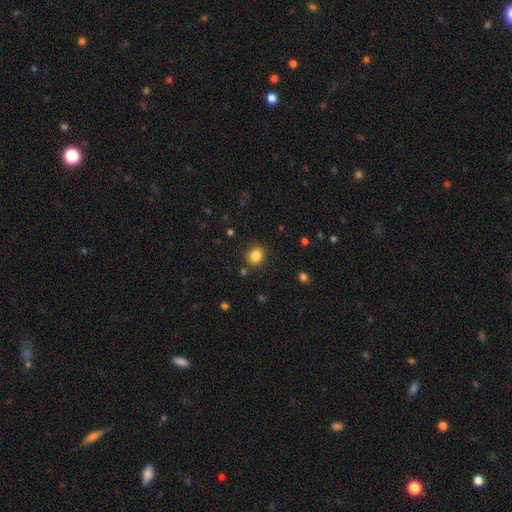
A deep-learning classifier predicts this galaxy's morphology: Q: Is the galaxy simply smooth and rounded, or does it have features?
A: smooth — 85%.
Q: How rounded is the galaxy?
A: round — 61%.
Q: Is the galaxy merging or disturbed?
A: none — 85%.